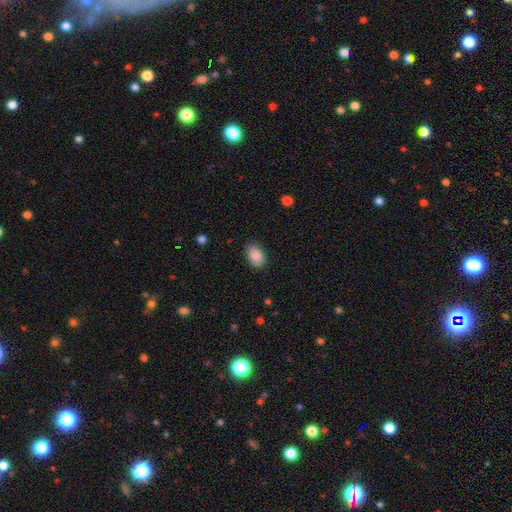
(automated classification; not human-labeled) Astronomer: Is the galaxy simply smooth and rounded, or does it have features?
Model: smooth — 90%.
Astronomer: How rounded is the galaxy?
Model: in between — 85%.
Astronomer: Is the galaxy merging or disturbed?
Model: none — 85%.